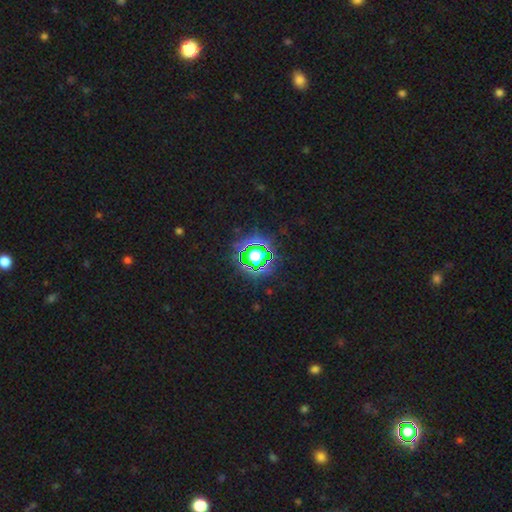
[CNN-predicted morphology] star or artifact 71%, smooth 20%, featured or disk 9%.